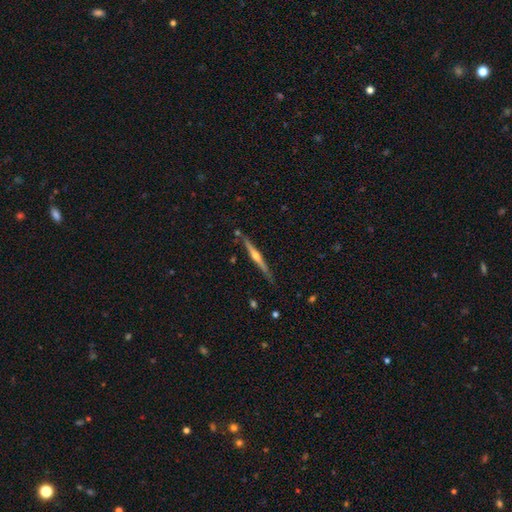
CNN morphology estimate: Smooth or featured?
  - featured or disk: 75% *
  - smooth: 19%
  - star or artifact: 6%
Edge-on disk?
  - yes: 98% *
  - no: 2%
Edge-on bulge?
  - rounded: 89% *
  - none: 7%
  - boxy: 4%
Merging?
  - none: 82% *
  - minor disturbance: 12%
  - merger: 4%
  - major disturbance: 2%